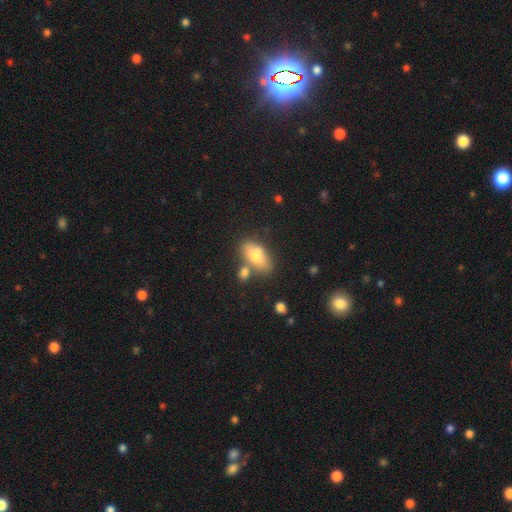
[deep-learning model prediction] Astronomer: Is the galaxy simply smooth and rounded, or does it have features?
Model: smooth — 70%.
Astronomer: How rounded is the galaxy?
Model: in between — 86%.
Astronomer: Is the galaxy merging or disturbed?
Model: none — 63%.